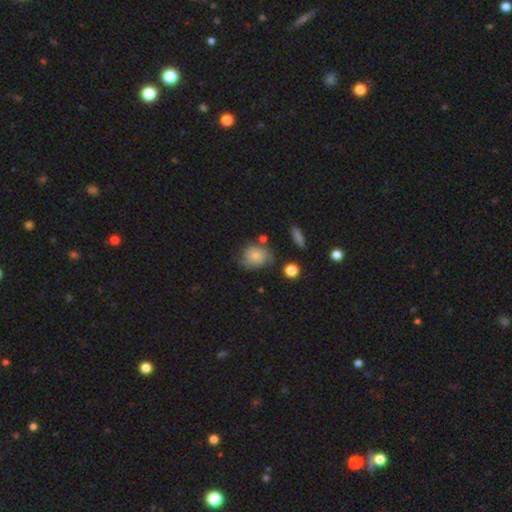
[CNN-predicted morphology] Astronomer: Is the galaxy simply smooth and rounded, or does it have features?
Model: smooth — 51% (runner-up: featured or disk, 39%).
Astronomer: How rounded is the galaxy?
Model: round — 56% (runner-up: in between, 42%).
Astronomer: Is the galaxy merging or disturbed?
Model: none — 53%.